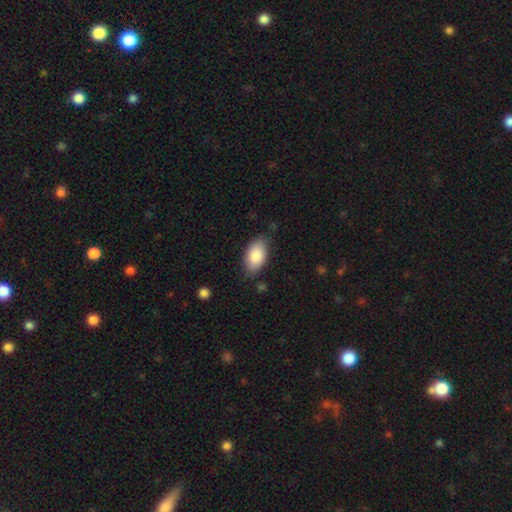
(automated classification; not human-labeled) Q: Smooth or featured?
A: smooth (86%); runner-up: featured or disk (8%)
Q: How rounded?
A: in between (94%); runner-up: round (4%)
Q: Merging?
A: none (77%); runner-up: minor disturbance (17%)